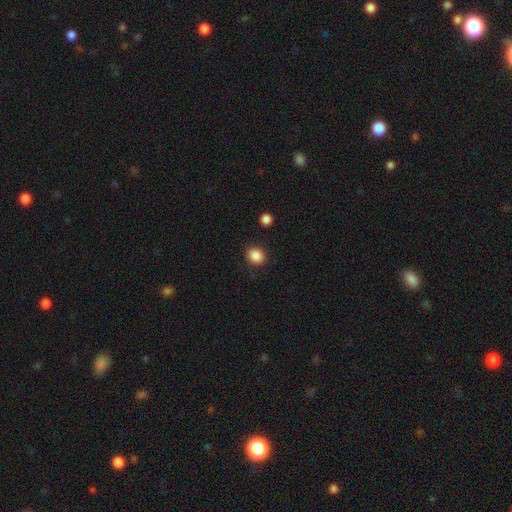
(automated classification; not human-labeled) Smooth or featured: smooth — 87% (star or artifact — 9%)
How rounded: round — 67% (in between — 32%)
Merging: none — 89% (minor disturbance — 7%)